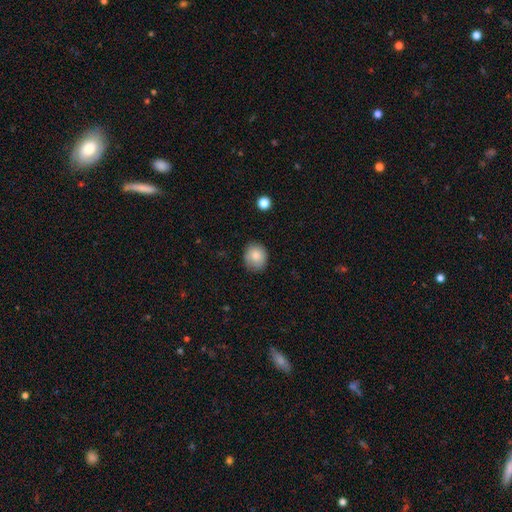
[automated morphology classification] The model was most divided on "how rounded": round: 72%, in between: 28%, cigar-shaped: 1%. More confident: smooth or featured — smooth (83%); merging — none (81%).